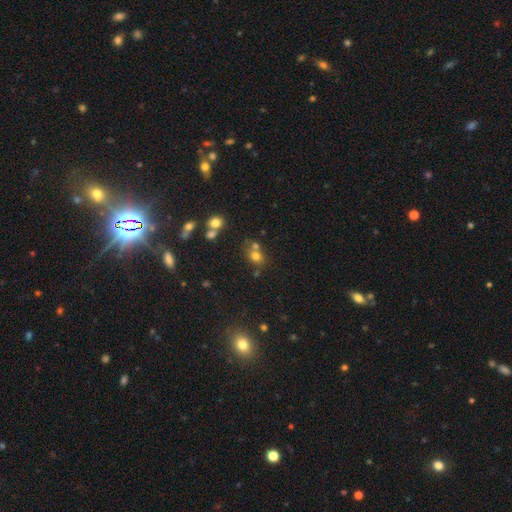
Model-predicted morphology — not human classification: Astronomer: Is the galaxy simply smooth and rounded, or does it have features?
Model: smooth — 69%.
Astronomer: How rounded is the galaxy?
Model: round — 65%.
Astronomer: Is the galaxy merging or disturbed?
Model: none — 49% (runner-up: merger, 35%).